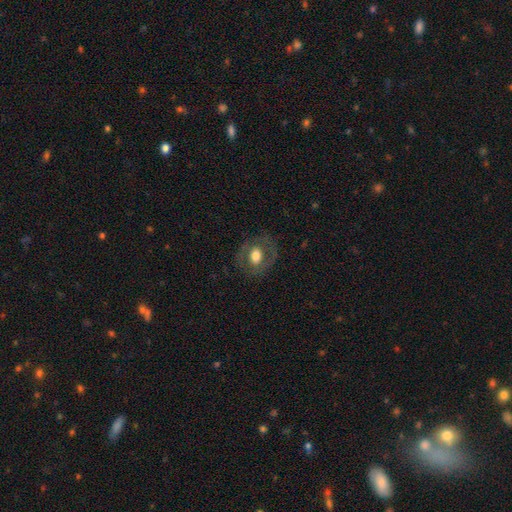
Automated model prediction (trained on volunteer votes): A smooth galaxy with no disk features (52%) that is in between round and cigar-shaped (54%).

Vote fractions:
- Smooth or featured? smooth: 52% / featured or disk: 40% / star or artifact: 8%
- How rounded? in between: 54% / round: 45% / cigar-shaped: 1%
- Merging? none: 77% / minor disturbance: 14% / major disturbance: 8% / merger: 1%